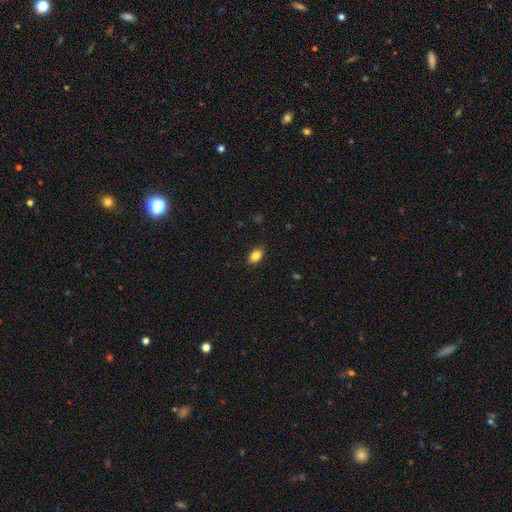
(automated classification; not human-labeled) A smooth galaxy with no disk features (84%) that is in between round and cigar-shaped (85%).

Vote fractions:
- Smooth or featured? smooth: 84% / star or artifact: 9% / featured or disk: 7%
- How rounded? in between: 85% / round: 13% / cigar-shaped: 2%
- Merging? none: 87% / minor disturbance: 10% / major disturbance: 2% / merger: 1%